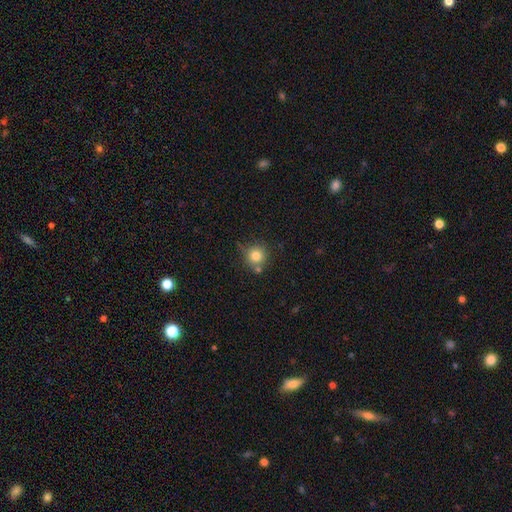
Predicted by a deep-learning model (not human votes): Smooth or featured? smooth (79%)
How rounded? round (92%)
Merging? none (67%)